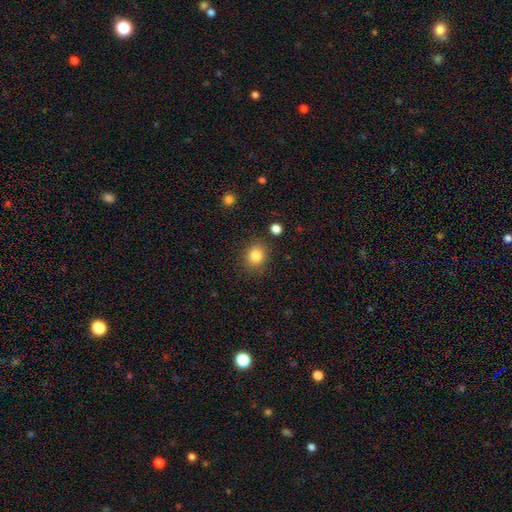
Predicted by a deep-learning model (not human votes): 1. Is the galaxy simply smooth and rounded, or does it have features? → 84% smooth, 10% star or artifact, 6% featured or disk.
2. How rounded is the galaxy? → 76% round, 23% in between, 1% cigar-shaped.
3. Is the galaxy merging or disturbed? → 86% none, 9% minor disturbance, 3% major disturbance, 2% merger.